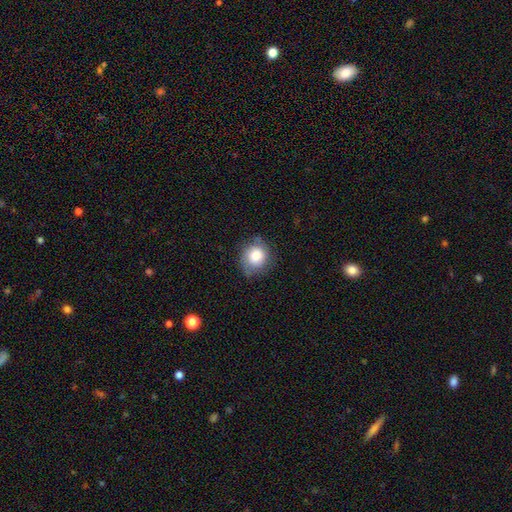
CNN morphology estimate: A smooth galaxy with no disk features (74%) that is round (81%). Merging: none (70%).